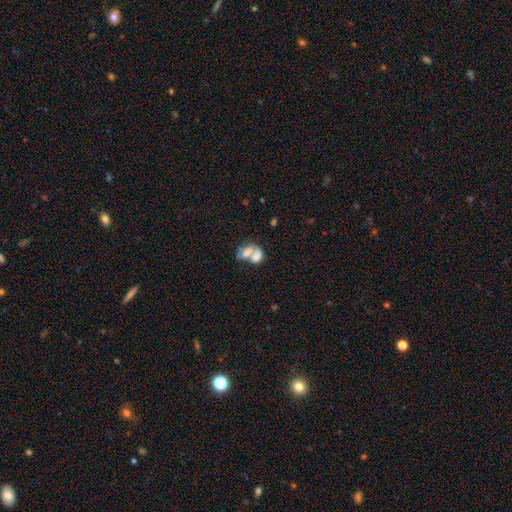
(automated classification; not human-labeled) Smooth or featured? smooth (57%)
How rounded? in between (77%)
Merging? merger (68%)